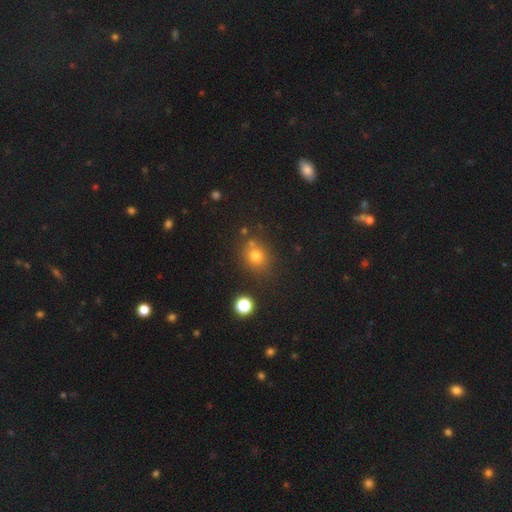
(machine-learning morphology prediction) smooth_or_featured: smooth (p=0.75) [alt: star or artifact p=0.17]
how_rounded: round (p=0.77) [alt: in between p=0.22]
merging: none (p=0.72) [alt: minor disturbance p=0.13]